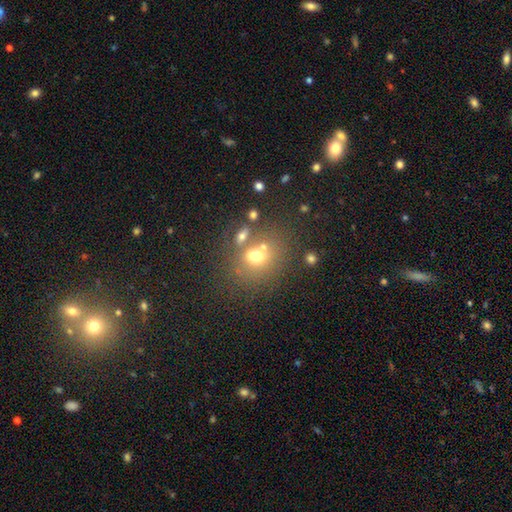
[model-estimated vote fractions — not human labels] Morphology: type=smooth (66%); roundness=round (52%); merging=none (52%).